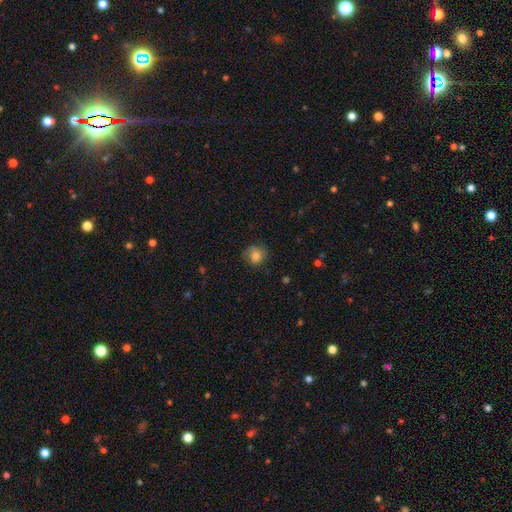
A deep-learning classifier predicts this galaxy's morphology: smooth_or_featured: smooth (p=0.76) [alt: featured or disk p=0.15]
how_rounded: round (p=0.77) [alt: in between p=0.22]
merging: none (p=0.65) [alt: minor disturbance p=0.24]